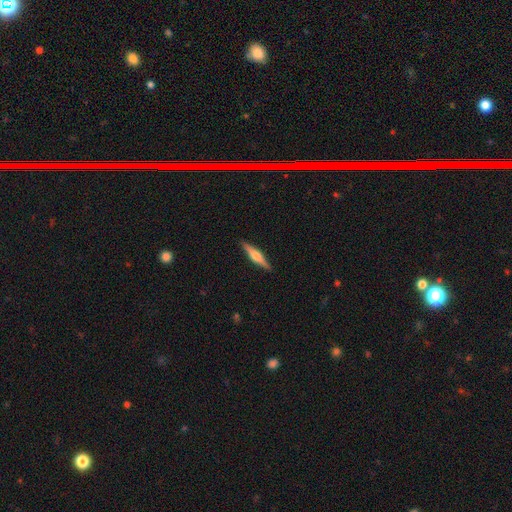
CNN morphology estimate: smooth_or_featured: featured or disk (p=0.65) [alt: smooth p=0.29]
disk_edge_on: yes (p=0.98) [alt: no p=0.02]
edge_on_bulge: rounded (p=0.85) [alt: boxy p=0.11]
merging: none (p=0.91) [alt: minor disturbance p=0.07]